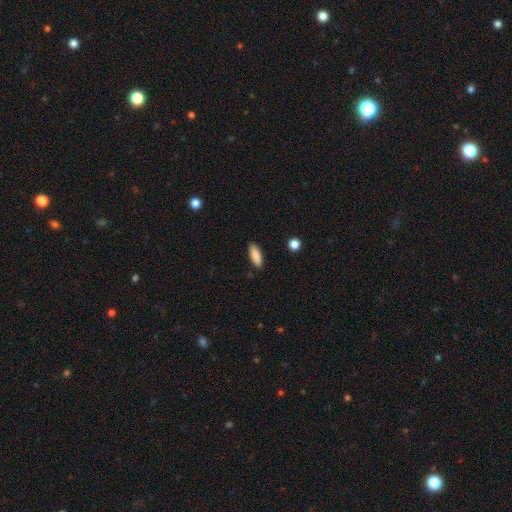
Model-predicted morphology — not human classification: Overall: smooth (88%). How rounded: in between (62%; cigar-shaped 36%). Merging: none (88%).